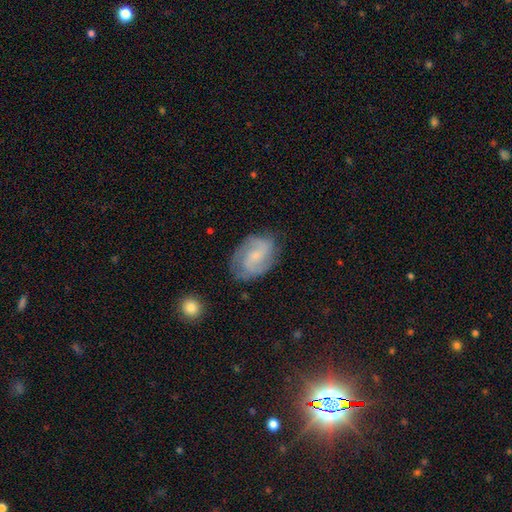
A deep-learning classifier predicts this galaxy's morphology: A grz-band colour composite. It shows a featured or disk galaxy (77%) with a weak bar (47%), 2 (77%) medium (50%) spiral arms (95%) and a small central bulge (59%). Merging: none (76%).